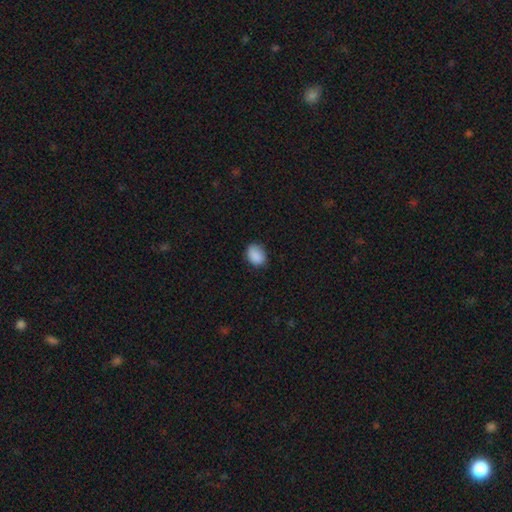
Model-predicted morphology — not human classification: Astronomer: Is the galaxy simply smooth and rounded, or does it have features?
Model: smooth — 89%.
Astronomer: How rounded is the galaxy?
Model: in between — 67%.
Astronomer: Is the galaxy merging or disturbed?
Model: none — 80%.